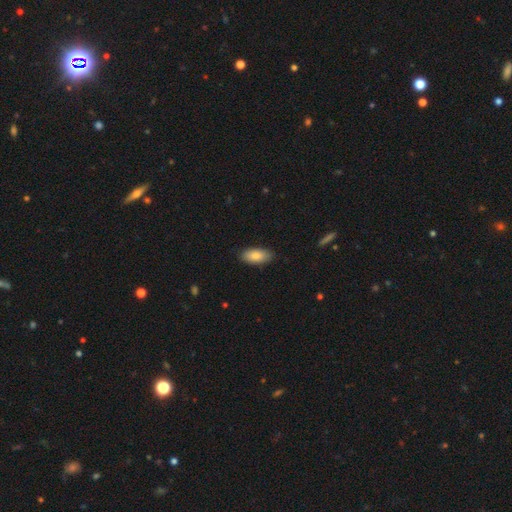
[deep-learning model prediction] Morphology: type=smooth (87%); roundness=in between (89%); merging=none (86%).